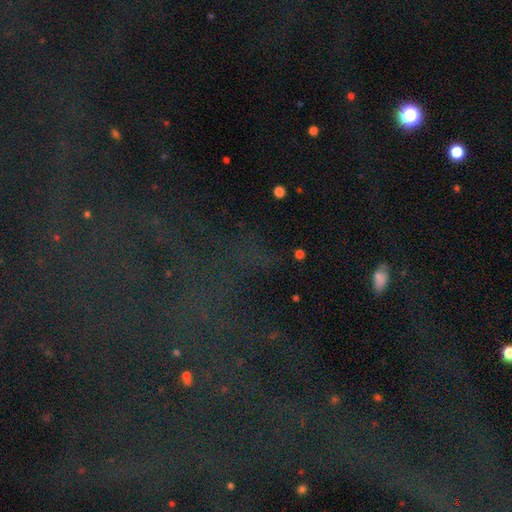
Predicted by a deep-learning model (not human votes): This appears to be a star or artifact, not a galaxy (77%).